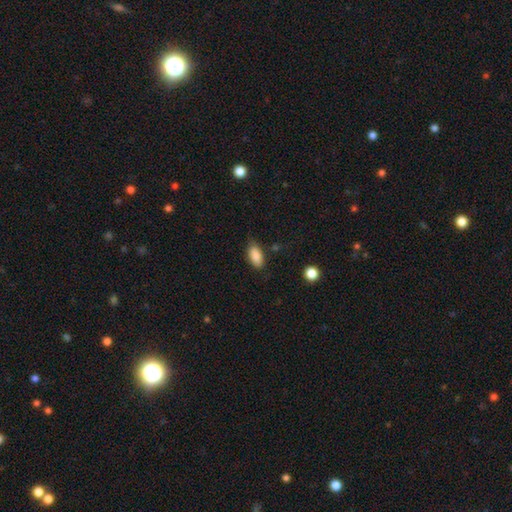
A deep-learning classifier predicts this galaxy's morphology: Smooth or featured? smooth (87%)
How rounded? in between (90%)
Merging? none (77%)